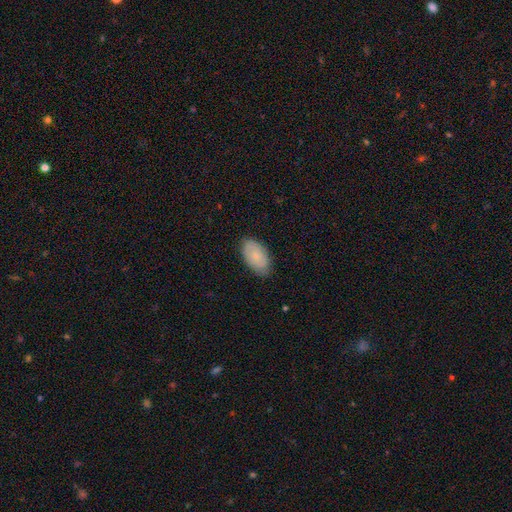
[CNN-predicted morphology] smooth-or-featured: smooth: 77% | featured or disk: 17% | star or artifact: 6%
  how-rounded: in between: 94% | round: 4% | cigar-shaped: 2%
  merging: none: 79% | minor disturbance: 17% | major disturbance: 3% | merger: 1%